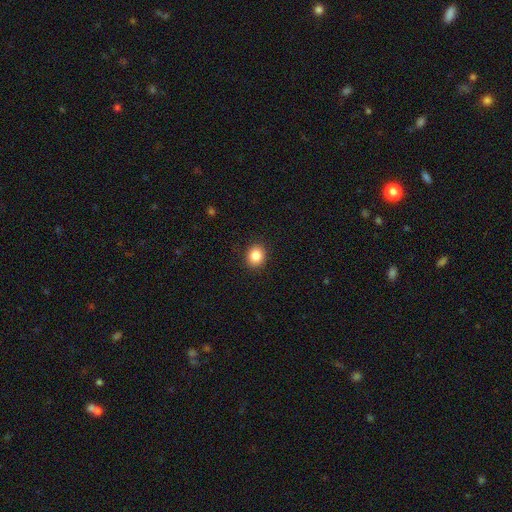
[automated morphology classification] A smooth galaxy with no disk features (85%) that is round (74%).

Vote fractions:
- Smooth or featured? smooth: 85% / star or artifact: 10% / featured or disk: 6%
- How rounded? round: 74% / in between: 25% / cigar-shaped: 1%
- Merging? none: 91% / minor disturbance: 6% / major disturbance: 2% / merger: 1%